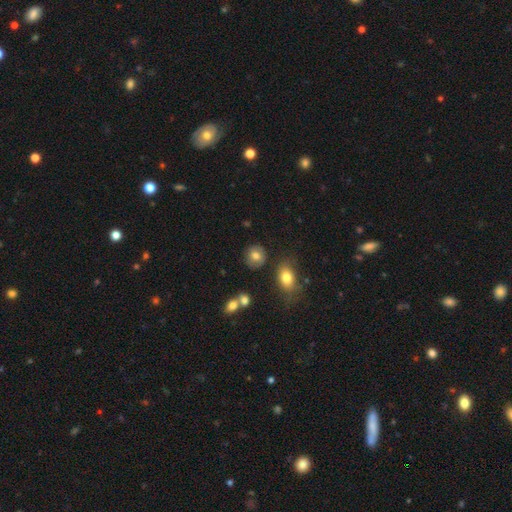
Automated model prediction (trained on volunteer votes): The model was most divided on "how rounded": round: 81%, in between: 18%, cigar-shaped: 1%. More confident: merging — none (81%); smooth or featured — smooth (78%).